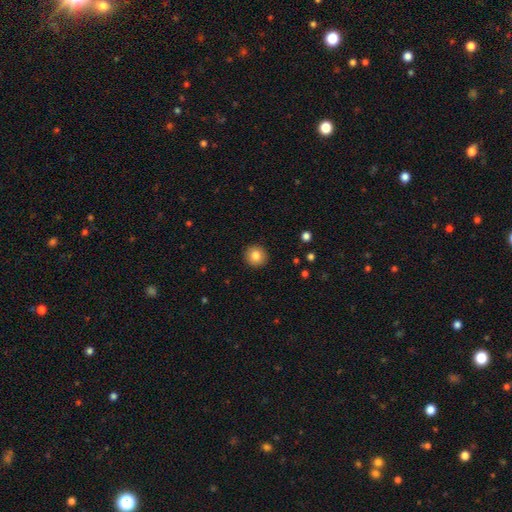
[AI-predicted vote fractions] This appears to be a smooth galaxy with no disk features (83%) that is round (94%). Merging: none (92%).